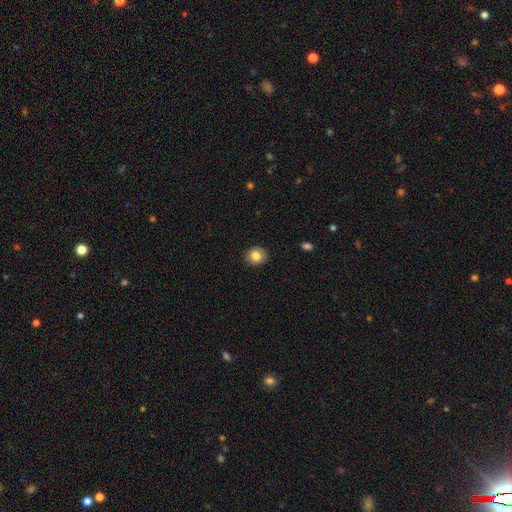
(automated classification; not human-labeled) smooth-or-featured: smooth: 82% | star or artifact: 9% | featured or disk: 9%
  how-rounded: round: 73% | in between: 26% | cigar-shaped: 1%
  merging: none: 88% | minor disturbance: 9% | major disturbance: 2% | merger: 1%